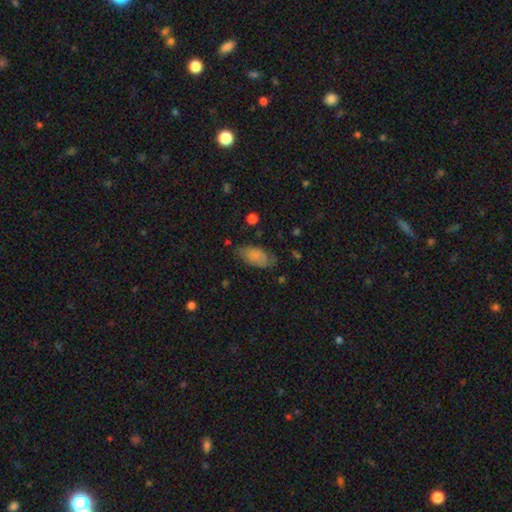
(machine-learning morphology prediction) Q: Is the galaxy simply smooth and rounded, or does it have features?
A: smooth — 77%.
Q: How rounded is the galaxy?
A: in between — 92%.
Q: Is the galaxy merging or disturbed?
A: none — 63%.